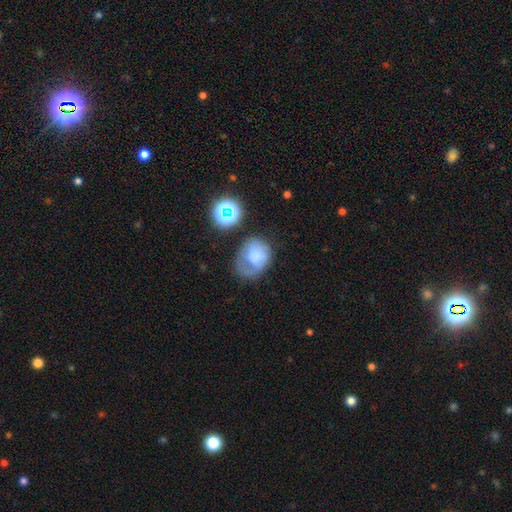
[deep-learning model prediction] Overall: smooth (56%; featured or disk 31%). How rounded: in between (53%; round 47%). Merging: none (33%; major disturbance 31%).